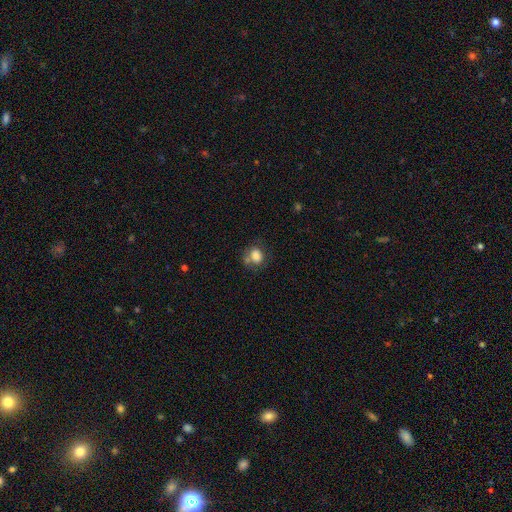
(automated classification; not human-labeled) Smooth or featured: smooth — 78% (featured or disk — 12%)
How rounded: in between — 50% (round — 49%)
Merging: none — 51% (minor disturbance — 20%)